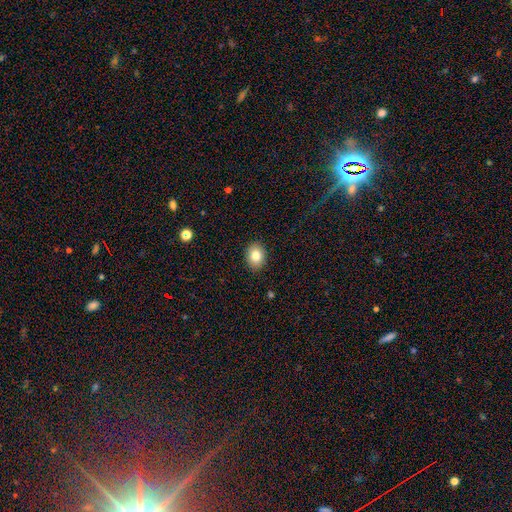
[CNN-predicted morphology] smooth 82%, featured or disk 9%, star or artifact 9%. Down the decision tree: how rounded — in between (58%); merging — none (89%).